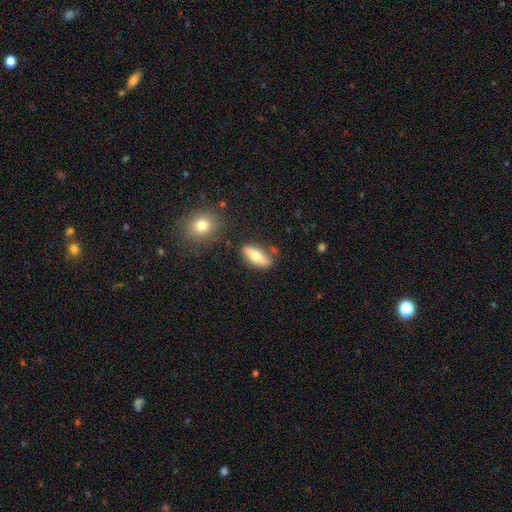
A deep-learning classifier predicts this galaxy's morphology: smooth-or-featured: smooth: 60% | featured or disk: 33% | star or artifact: 6%
  how-rounded: in between: 66% | cigar-shaped: 29% | round: 4%
  merging: none: 77% | minor disturbance: 14% | merger: 5% | major disturbance: 4%